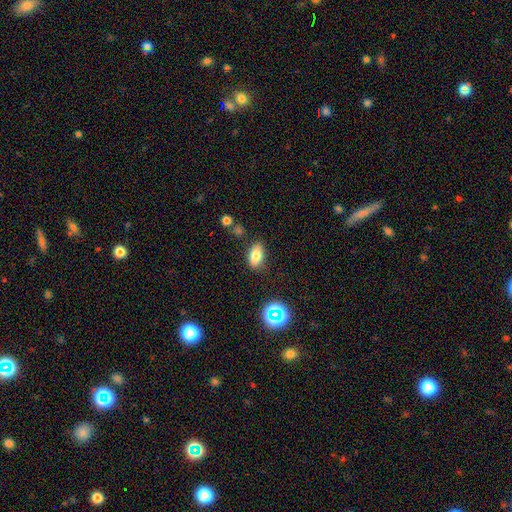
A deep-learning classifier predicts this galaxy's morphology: smooth_or_featured: smooth (p=0.78) [alt: star or artifact p=0.12]
how_rounded: in between (p=0.88) [alt: round p=0.09]
merging: none (p=0.81) [alt: minor disturbance p=0.12]